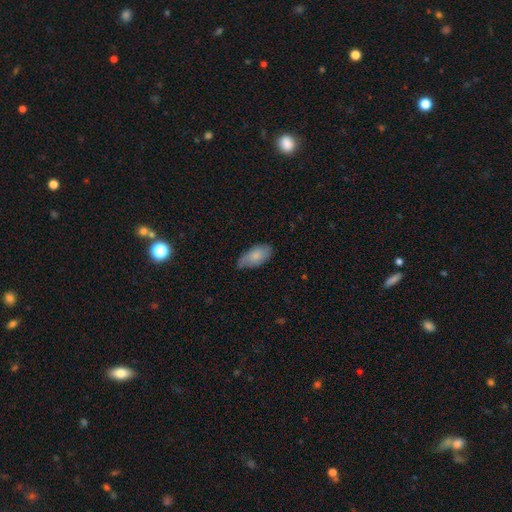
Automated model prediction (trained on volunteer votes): This appears to be a smooth galaxy with no disk features (77%) that is in between round and cigar-shaped (93%). Merging: none (62%).